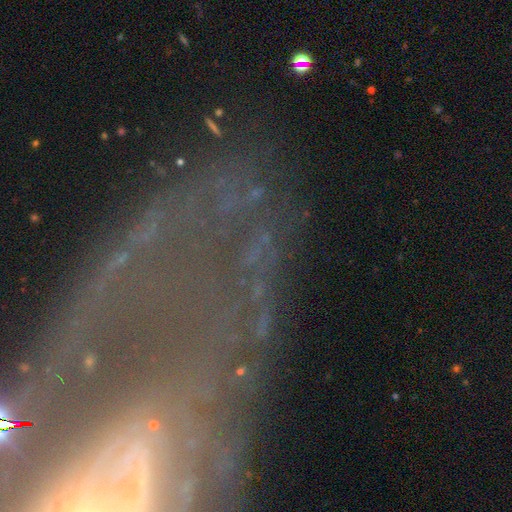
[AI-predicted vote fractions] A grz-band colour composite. It shows a star or artifact, not a galaxy (67%).